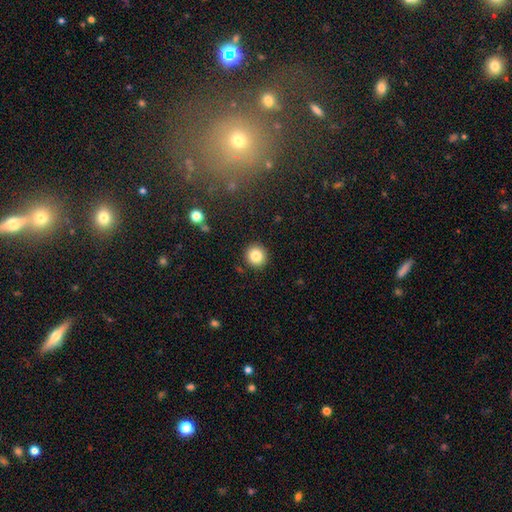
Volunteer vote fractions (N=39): A smooth galaxy with no disk features (82%) that is round (91%).

Vote fractions:
- Smooth or featured? smooth: 82% / star or artifact: 10% / featured or disk: 8%
- How rounded? round: 91% / in between: 9% / cigar-shaped: 0%
- Merging? none: 89% / minor disturbance: 9% / merger: 3% / major disturbance: 0%